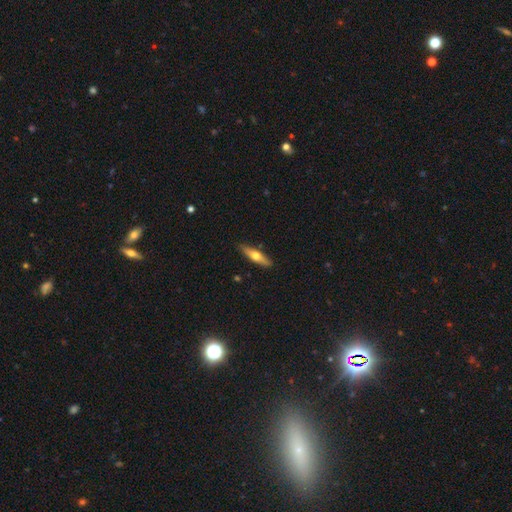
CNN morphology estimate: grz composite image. It shows a smooth galaxy with no disk features (47%, tied with featured or disk). Merging: none (87%).